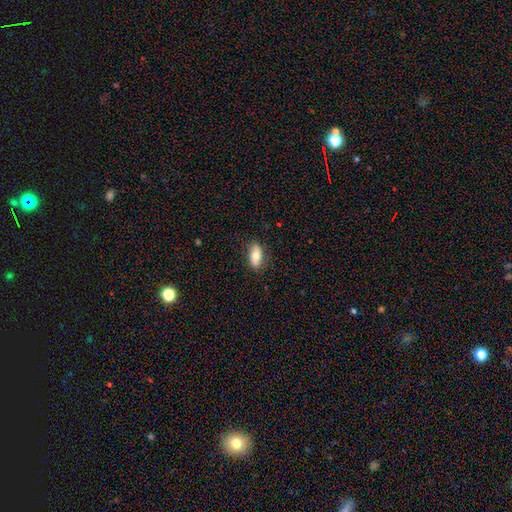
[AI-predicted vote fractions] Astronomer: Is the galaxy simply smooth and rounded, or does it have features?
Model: smooth — 70%.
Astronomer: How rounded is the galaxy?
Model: in between — 86%.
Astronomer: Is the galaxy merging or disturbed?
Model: none — 82%.